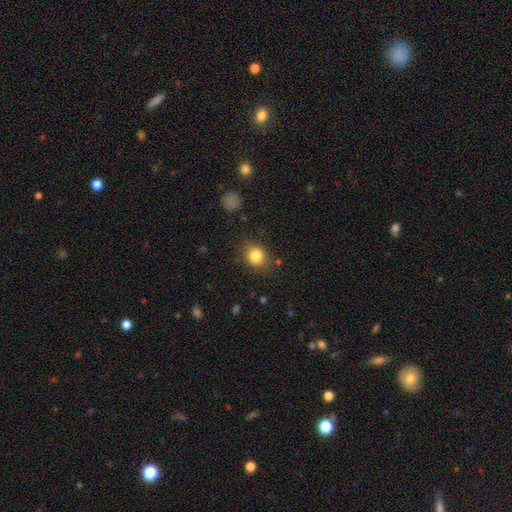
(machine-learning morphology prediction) The model was most divided on "how rounded": round: 61%, in between: 38%, cigar-shaped: 1%. More confident: smooth or featured — smooth (83%); merging — none (80%).